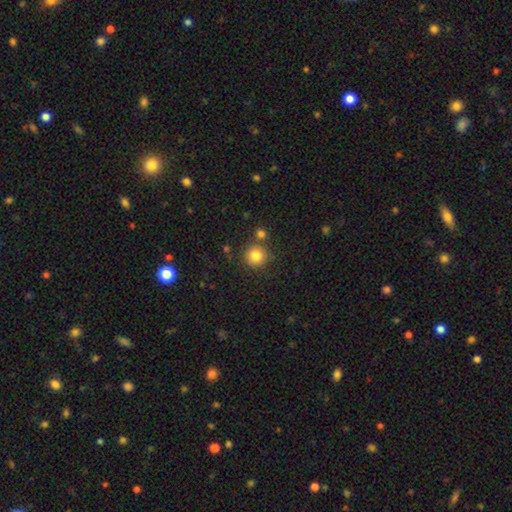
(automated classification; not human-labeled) Smooth or featured: smooth — 83% (star or artifact — 11%)
How rounded: round — 94% (in between — 5%)
Merging: none — 80% (merger — 10%)